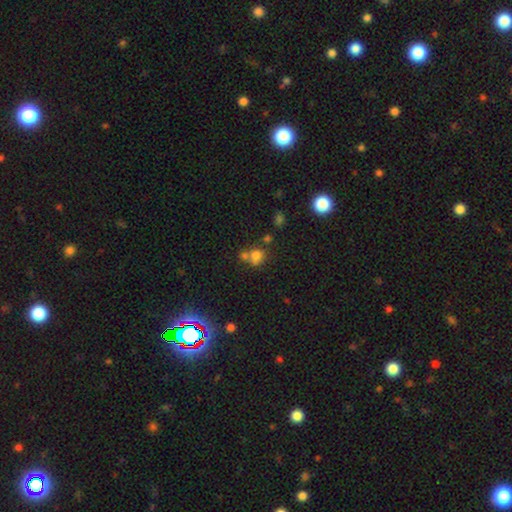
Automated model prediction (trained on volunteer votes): Overall: smooth (69%). How rounded: round (71%). Merging: merger (47%; none 37%).